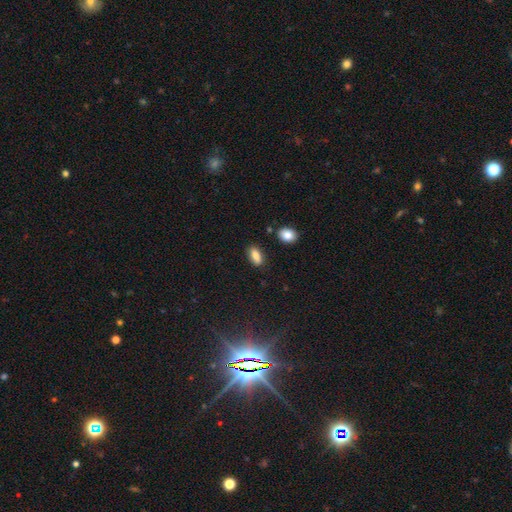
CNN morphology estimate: The model was most divided on "merging": none: 82%, minor disturbance: 11%, merger: 4%, major disturbance: 3%. More confident: how rounded — in between (84%); smooth or featured — smooth (81%).